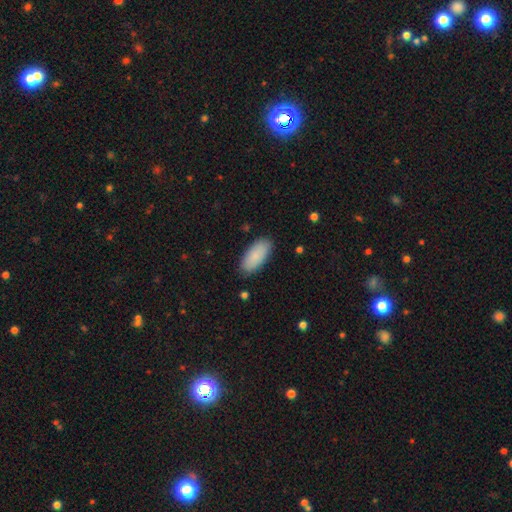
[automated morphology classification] Smooth or featured? smooth (88%)
How rounded? in between (90%)
Merging? none (87%)